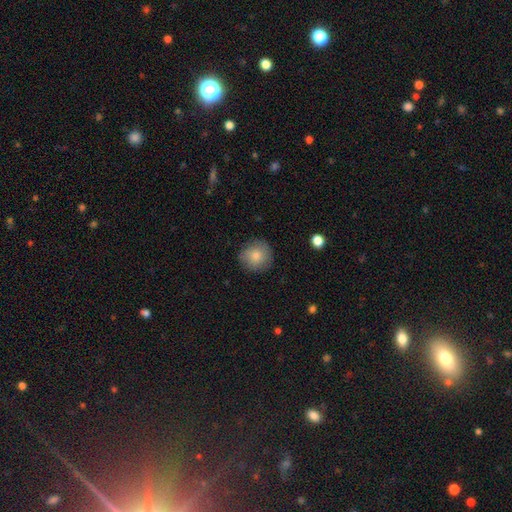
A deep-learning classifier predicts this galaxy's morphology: This is clearly a smooth galaxy (82%). How rounded: clearly round (91%). Merging: clearly none (83%).